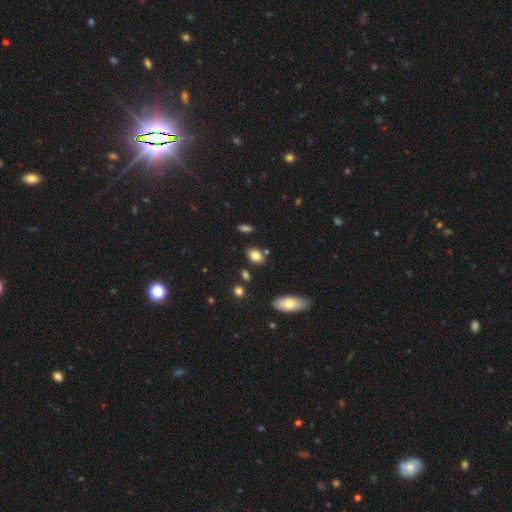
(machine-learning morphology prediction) Smooth or featured? smooth (81%)
How rounded? in between (86%)
Merging? none (79%)